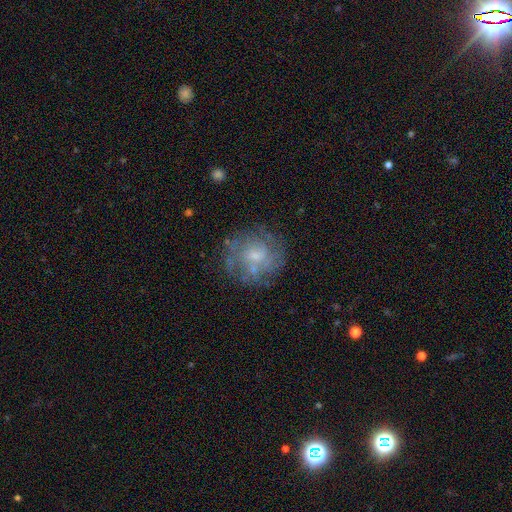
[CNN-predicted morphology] A featured or disk galaxy (58%) with no bar (69%), spiral arms (59%) and a small central bulge (55%).

Vote fractions:
- Smooth or featured? featured or disk: 58% / smooth: 32% / star or artifact: 10%
- Edge-on disk? no: 98% / yes: 2%
- Bar? no: 69% / weak: 27% / strong: 4%
- Spiral arms? yes: 59% / no: 41%
- Bulge size? small: 55% / moderate: 32% / none: 10% / large: 3% / dominant: 1%
- Merging? none: 69% / minor disturbance: 17% / major disturbance: 10% / merger: 4%